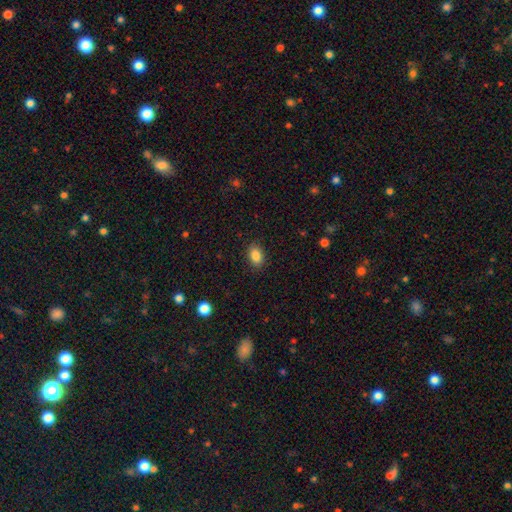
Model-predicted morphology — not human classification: The model was most divided on "how rounded": in between: 85%, round: 14%, cigar-shaped: 1%. More confident: merging — none (88%); smooth or featured — smooth (87%).